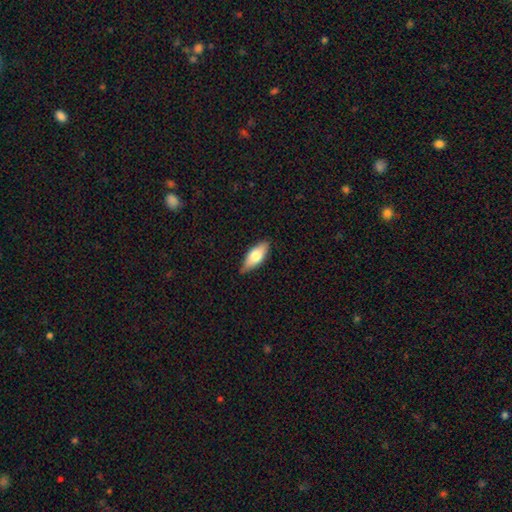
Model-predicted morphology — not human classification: smooth-or-featured: smooth: 68% | featured or disk: 27% | star or artifact: 6%
  how-rounded: in between: 79% | cigar-shaped: 18% | round: 3%
  merging: none: 81% | minor disturbance: 15% | major disturbance: 2% | merger: 1%